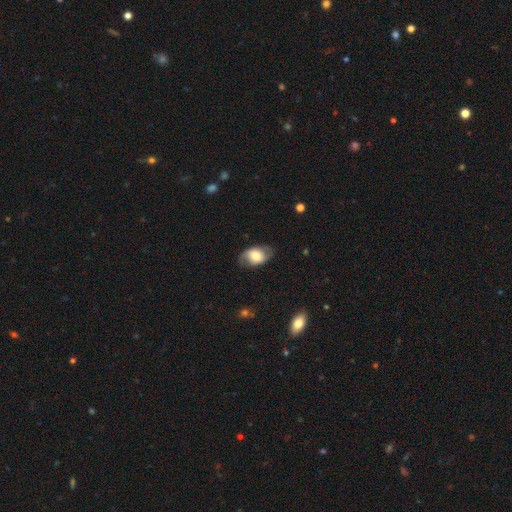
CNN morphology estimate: A smooth galaxy with no disk features (57%) that is in between round and cigar-shaped (85%). Merging: none (72%).